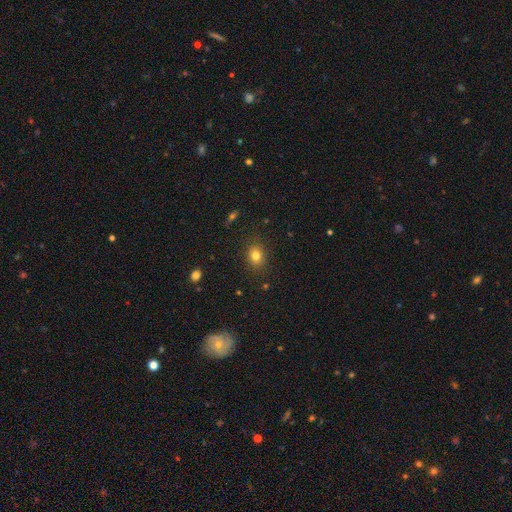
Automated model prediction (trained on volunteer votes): smooth_or_featured: smooth (p=0.79) [alt: star or artifact p=0.13]
how_rounded: round (p=0.55) [alt: in between p=0.44]
merging: none (p=0.86) [alt: minor disturbance p=0.09]